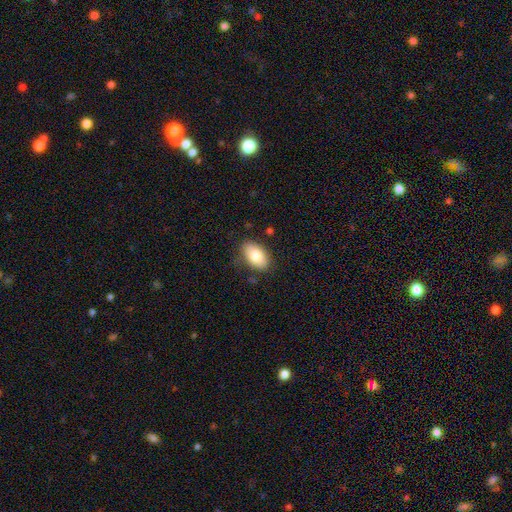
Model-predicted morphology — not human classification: Smooth or featured? Predicted: smooth (p=0.82). How rounded? Predicted: in between (p=0.92). Merging? Predicted: none (p=0.80).